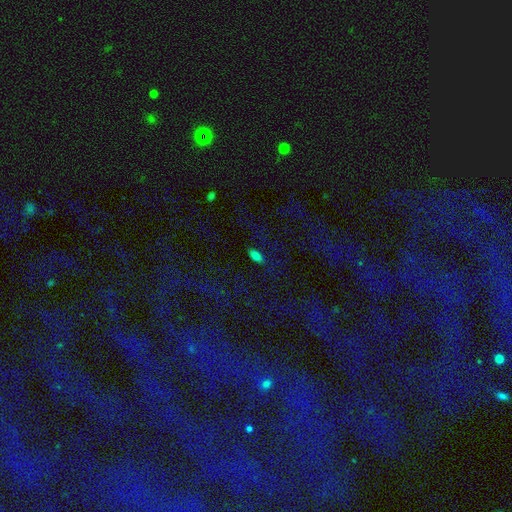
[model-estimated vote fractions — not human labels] A smooth galaxy with no disk features (76%) that is in between round and cigar-shaped (88%).

Vote fractions:
- Smooth or featured? smooth: 76% / star or artifact: 13% / featured or disk: 11%
- How rounded? in between: 88% / cigar-shaped: 8% / round: 4%
- Merging? none: 85% / minor disturbance: 10% / major disturbance: 3% / merger: 1%